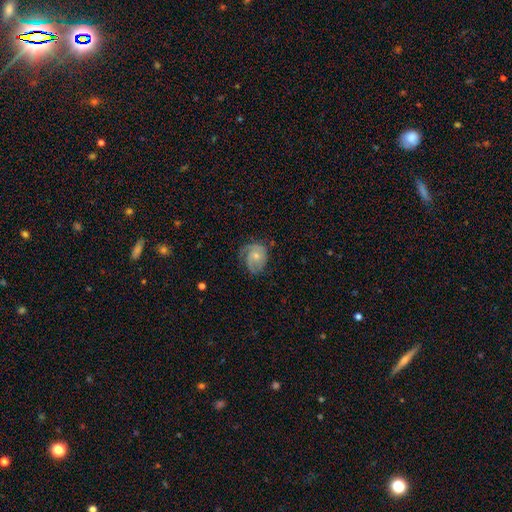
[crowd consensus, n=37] Smooth or featured: featured or disk — 70% (smooth — 24%)
Edge-on disk: no — 100%
Bar: no — 81% (weak — 19%)
Spiral arms: yes — 88% (no — 12%)
Spiral winding: medium — 43% (loose — 35%)
Spiral arm count: 2 — 61% (can't tell — 22%)
Bulge size: small — 65% (moderate — 31%)
Merging: none — 37% (major disturbance — 31%)